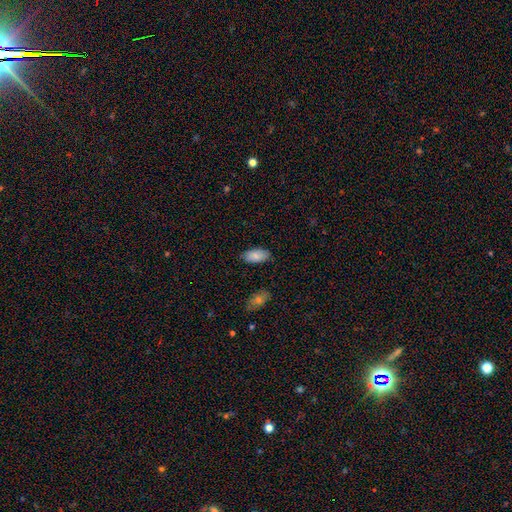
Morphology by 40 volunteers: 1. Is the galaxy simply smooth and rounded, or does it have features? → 82% smooth, 15% featured or disk, 2% star or artifact.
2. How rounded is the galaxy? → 91% in between, 6% round, 3% cigar-shaped.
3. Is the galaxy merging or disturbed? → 92% none, 3% minor disturbance, 3% major disturbance, 3% merger.